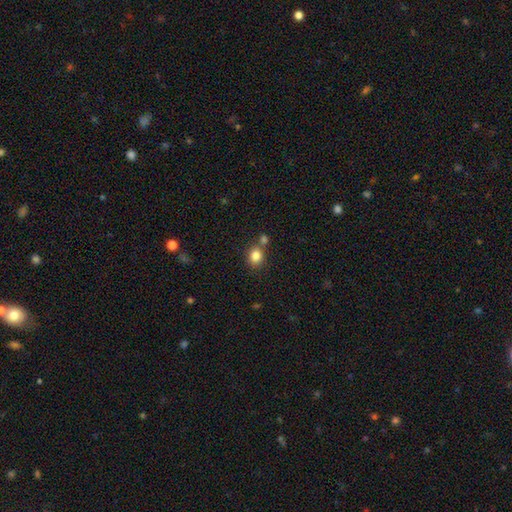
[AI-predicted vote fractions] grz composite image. It shows a smooth galaxy with no disk features (83%) that is round (69%). Merging: none (66%).